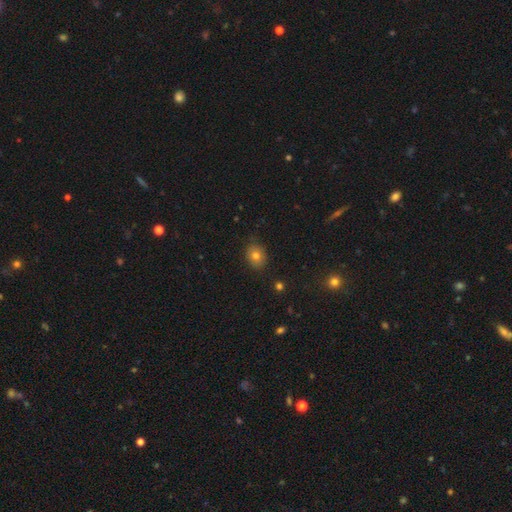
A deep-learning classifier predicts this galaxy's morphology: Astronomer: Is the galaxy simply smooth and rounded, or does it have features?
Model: smooth — 78%.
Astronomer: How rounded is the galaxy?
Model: round — 56% (runner-up: in between, 43%).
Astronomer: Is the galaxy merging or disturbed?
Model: none — 84%.